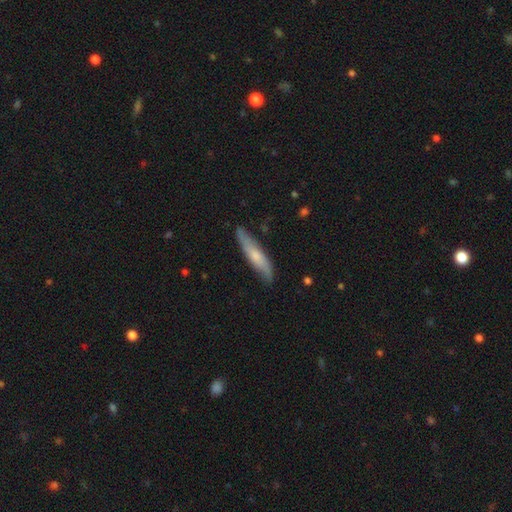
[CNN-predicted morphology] Q: Smooth or featured?
A: smooth (52%); runner-up: featured or disk (43%)
Q: How rounded?
A: cigar-shaped (86%); runner-up: in between (12%)
Q: Merging?
A: none (80%); runner-up: minor disturbance (16%)